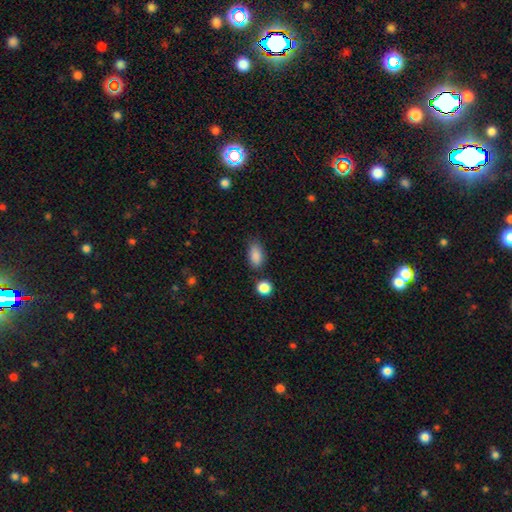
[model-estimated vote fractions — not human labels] Q: Smooth or featured?
A: smooth (88%); runner-up: star or artifact (8%)
Q: How rounded?
A: in between (89%); runner-up: round (7%)
Q: Merging?
A: none (73%); runner-up: minor disturbance (18%)